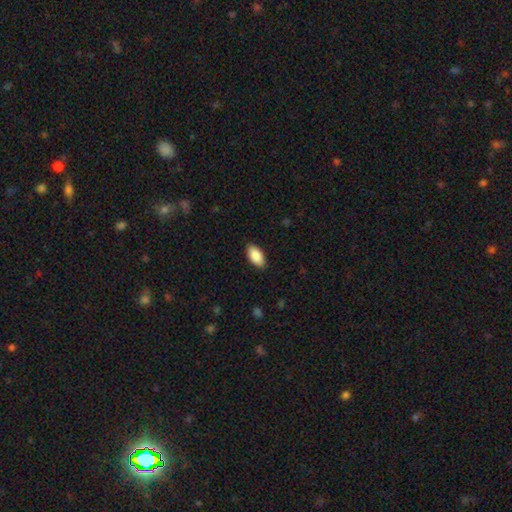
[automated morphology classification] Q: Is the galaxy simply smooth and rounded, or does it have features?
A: smooth — 88%.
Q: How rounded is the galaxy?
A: in between — 94%.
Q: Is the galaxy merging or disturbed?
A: none — 87%.